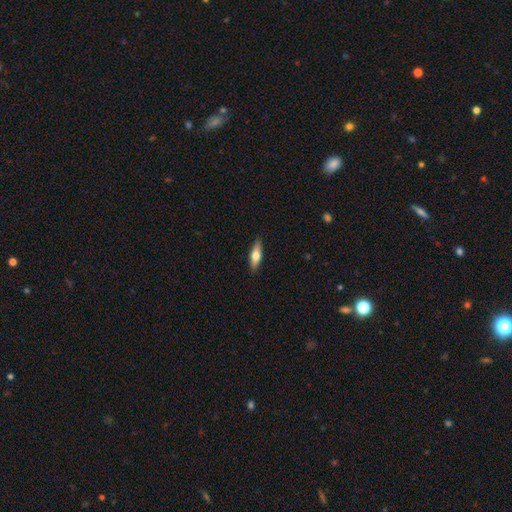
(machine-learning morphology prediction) Smooth or featured: smooth — 62% (featured or disk — 33%)
How rounded: cigar-shaped — 54% (in between — 43%)
Merging: none — 89% (minor disturbance — 8%)